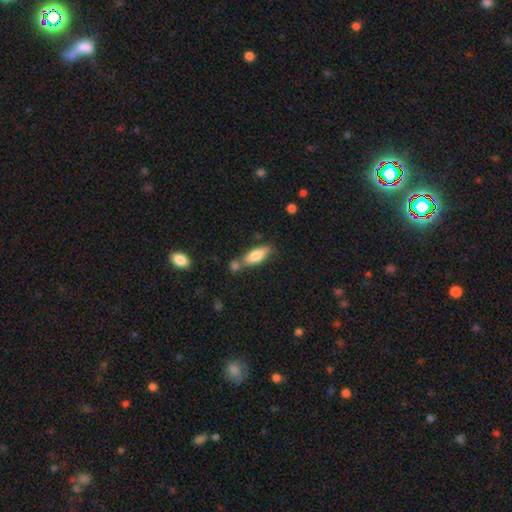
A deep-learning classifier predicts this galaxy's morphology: Smooth or featured: smooth — 77% (featured or disk — 17%)
How rounded: in between — 65% (cigar-shaped — 32%)
Merging: none — 61% (merger — 21%)